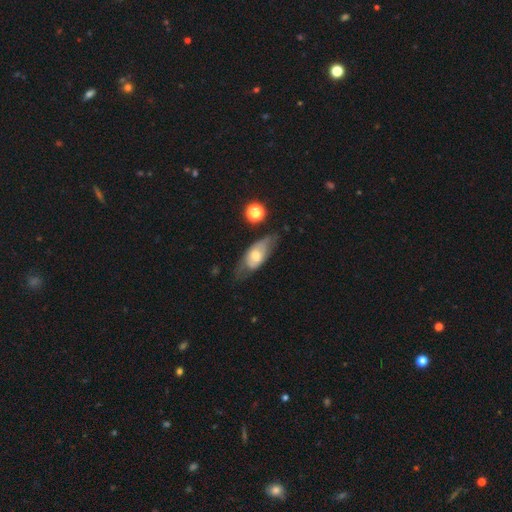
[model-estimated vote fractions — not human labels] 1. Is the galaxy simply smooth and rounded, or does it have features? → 48% smooth, 44% featured or disk, 7% star or artifact.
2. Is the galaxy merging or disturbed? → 47% none, 31% minor disturbance, 18% major disturbance, 4% merger.